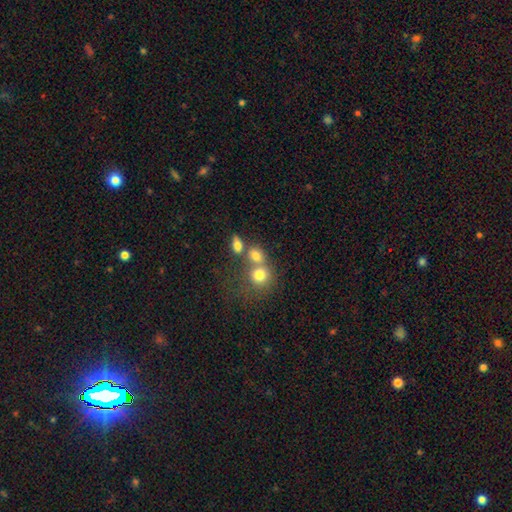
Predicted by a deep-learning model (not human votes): smooth 76%, star or artifact 12%, featured or disk 12%. Down the decision tree: how rounded — round (65%); merging — none (43%, tied with merger).